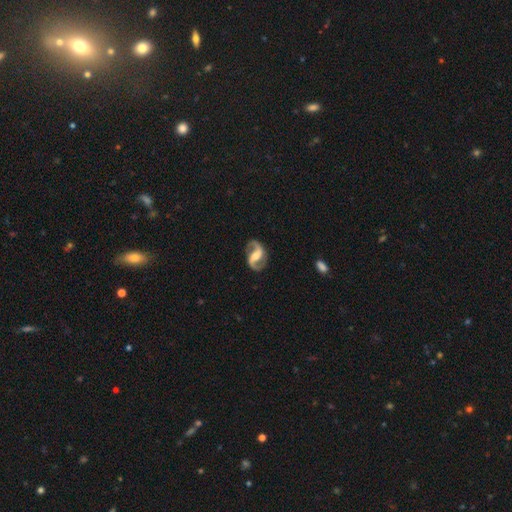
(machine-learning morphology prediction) Smooth or featured? Predicted: featured or disk (p=0.91). Edge-on disk? Predicted: no (p=0.98). Bar? Predicted: weak (p=0.42). Spiral arms? Predicted: yes (p=0.97). Spiral winding? Predicted: medium (p=0.48). Spiral arm count? Predicted: 2 (p=0.94). Bulge size? Predicted: moderate (p=0.60). Merging? Predicted: none (p=0.84).